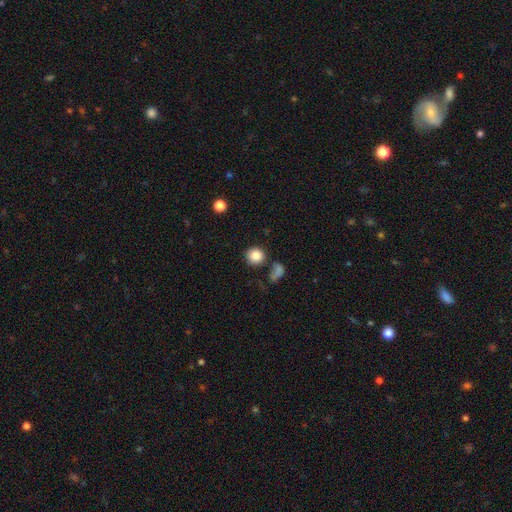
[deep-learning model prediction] This appears to be a smooth galaxy with no disk features (86%) that is round (89%). Merging: none (77%).